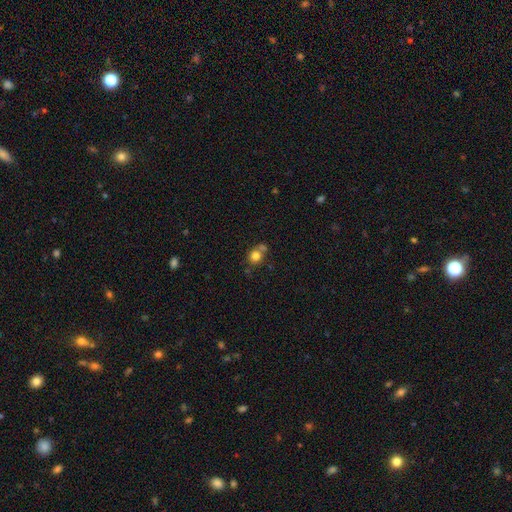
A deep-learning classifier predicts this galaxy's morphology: Smooth or featured? smooth (79%)
How rounded? round (79%)
Merging? none (51%)